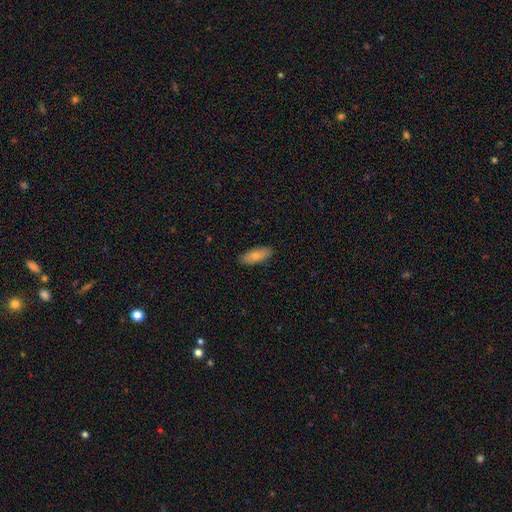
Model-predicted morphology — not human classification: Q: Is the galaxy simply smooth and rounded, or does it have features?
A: smooth — 81%.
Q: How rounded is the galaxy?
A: in between — 80%.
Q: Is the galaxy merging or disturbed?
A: none — 88%.